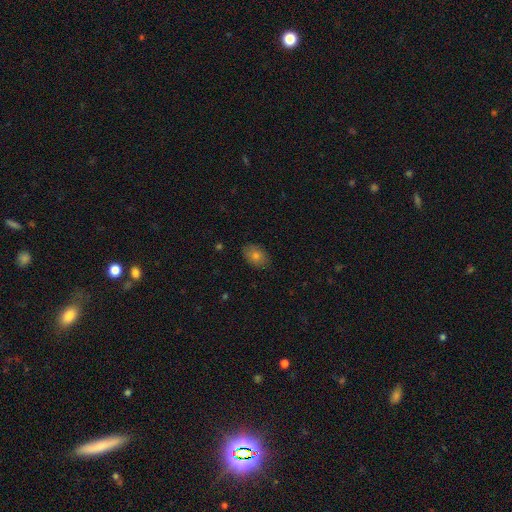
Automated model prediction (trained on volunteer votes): This appears to be a smooth galaxy with no disk features (73%) that is in between round and cigar-shaped (83%). Merging: none (84%).